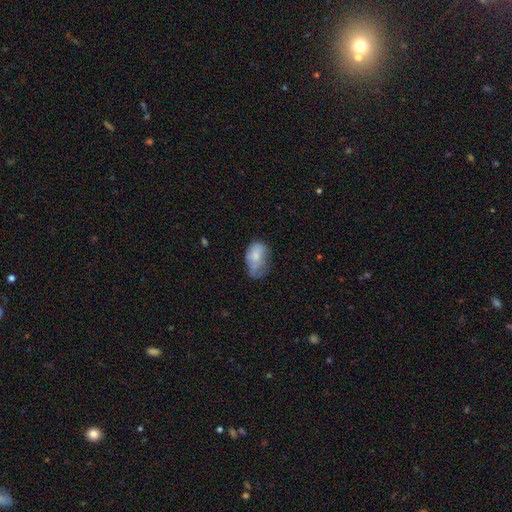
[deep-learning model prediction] Smooth or featured: smooth — 68% (featured or disk — 24%)
How rounded: in between — 81% (round — 17%)
Merging: minor disturbance — 38% (none — 30%)